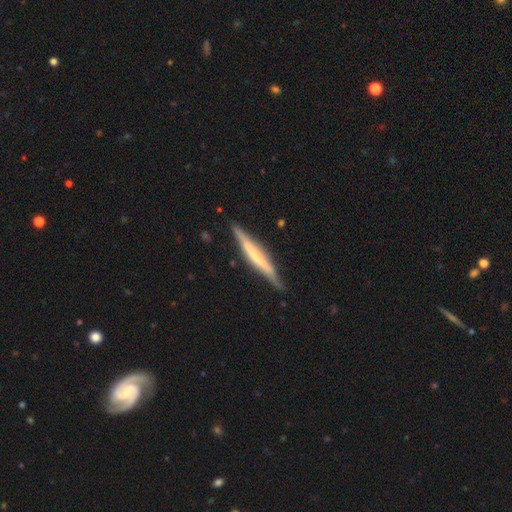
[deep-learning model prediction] Smooth or featured: featured or disk — 60% (smooth — 34%)
Edge-on disk: yes — 95% (no — 5%)
Edge-on bulge: none — 56% (rounded — 22%)
Merging: none — 84% (minor disturbance — 12%)